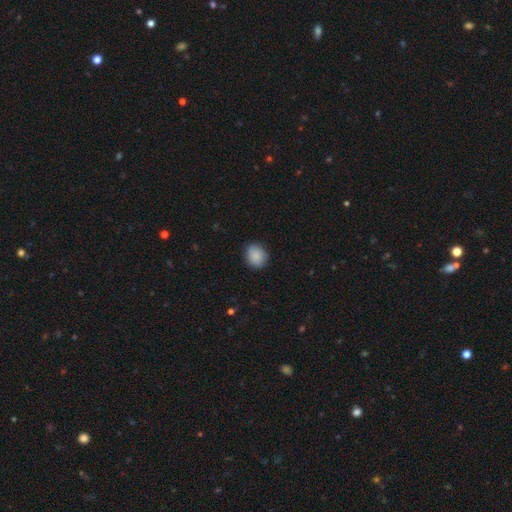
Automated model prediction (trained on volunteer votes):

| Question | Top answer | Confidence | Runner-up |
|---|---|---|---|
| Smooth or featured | smooth | 89% | star or artifact (7%) |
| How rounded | round | 67% | in between (32%) |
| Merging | none | 86% | minor disturbance (11%) |